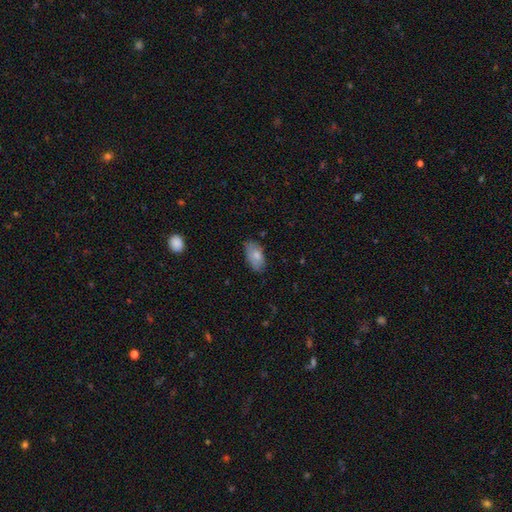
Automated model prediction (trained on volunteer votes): A smooth galaxy with no disk features (78%) that is in between round and cigar-shaped (94%).

Vote fractions:
- Smooth or featured? smooth: 78% / featured or disk: 15% / star or artifact: 7%
- How rounded? in between: 94% / round: 3% / cigar-shaped: 3%
- Merging? none: 74% / minor disturbance: 21% / major disturbance: 4% / merger: 1%